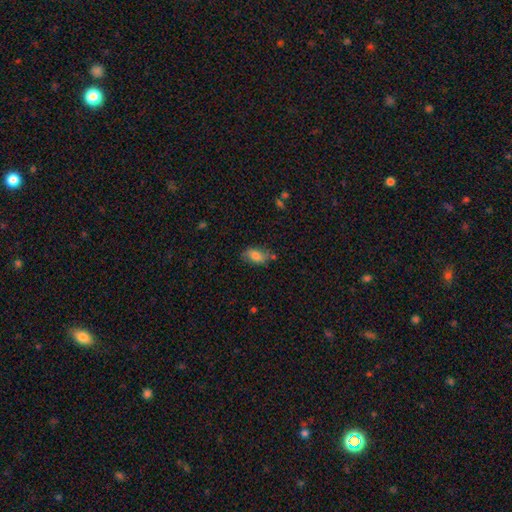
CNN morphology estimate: type=smooth (76%); roundness=in between (89%); merging=none (65%).